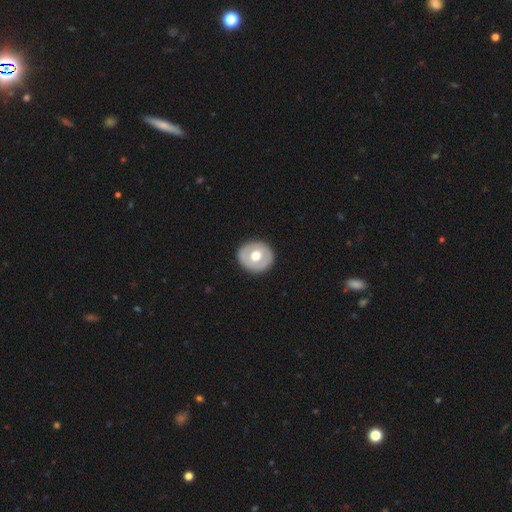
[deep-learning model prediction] Smooth or featured?
  - smooth: 52% *
  - featured or disk: 43%
  - star or artifact: 5%
How rounded?
  - round: 80% *
  - in between: 19%
  - cigar-shaped: 1%
Merging?
  - none: 88% *
  - minor disturbance: 8%
  - major disturbance: 2%
  - merger: 1%